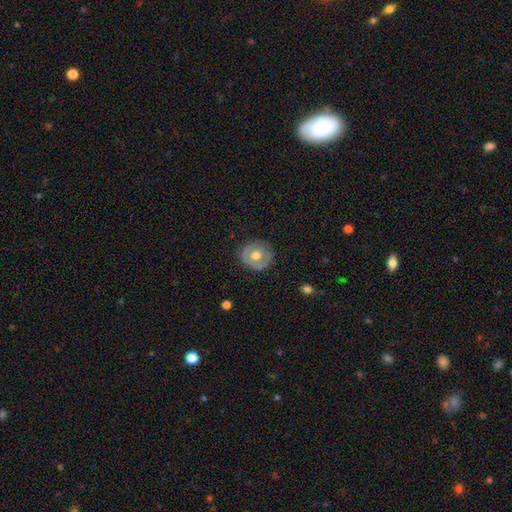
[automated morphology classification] smooth-or-featured: smooth: 50% | featured or disk: 43% | star or artifact: 7%
  how-rounded: round: 89% | in between: 10% | cigar-shaped: 1%
  merging: none: 82% | minor disturbance: 13% | major disturbance: 4% | merger: 1%